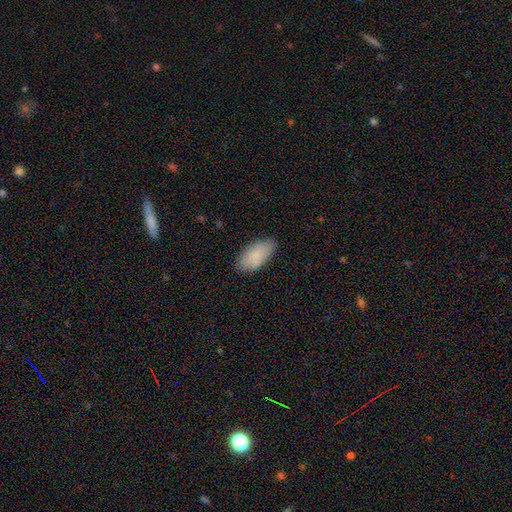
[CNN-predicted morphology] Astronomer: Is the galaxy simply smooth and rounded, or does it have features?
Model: smooth — 84%.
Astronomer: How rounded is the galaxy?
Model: in between — 93%.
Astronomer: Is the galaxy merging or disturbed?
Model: none — 76%.